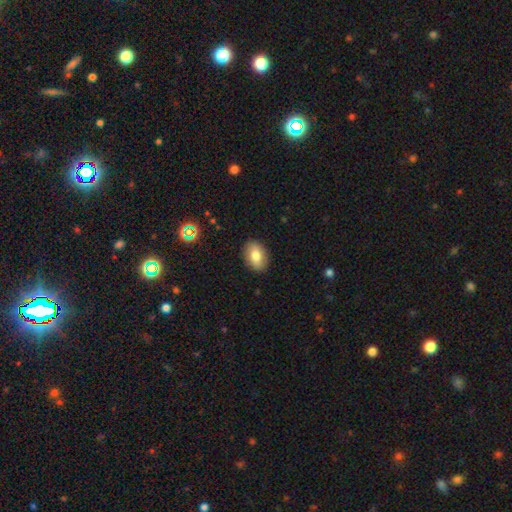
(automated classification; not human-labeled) Smooth or featured? Predicted: smooth (p=0.78). How rounded? Predicted: in between (p=0.86). Merging? Predicted: none (p=0.88).